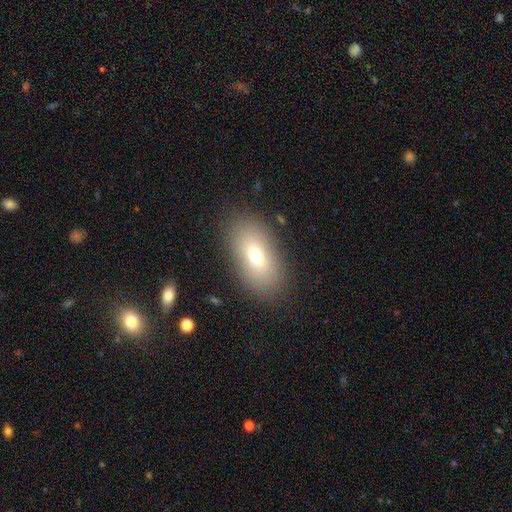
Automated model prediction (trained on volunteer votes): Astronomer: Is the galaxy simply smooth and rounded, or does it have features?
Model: smooth — 72%.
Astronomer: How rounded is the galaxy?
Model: in between — 90%.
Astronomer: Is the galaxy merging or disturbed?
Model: none — 85%.